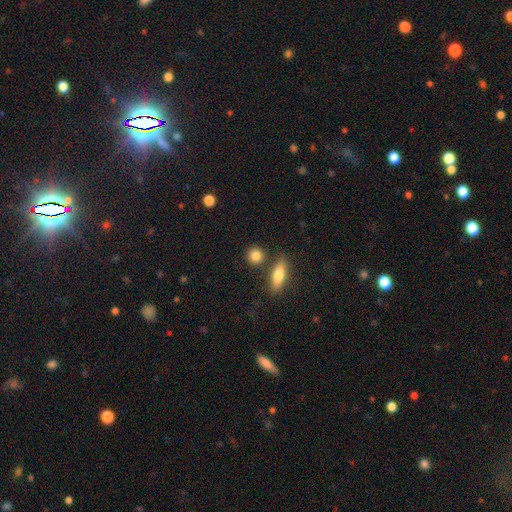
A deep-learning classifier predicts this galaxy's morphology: Smooth or featured? smooth (85%)
How rounded? round (79%)
Merging? none (80%)